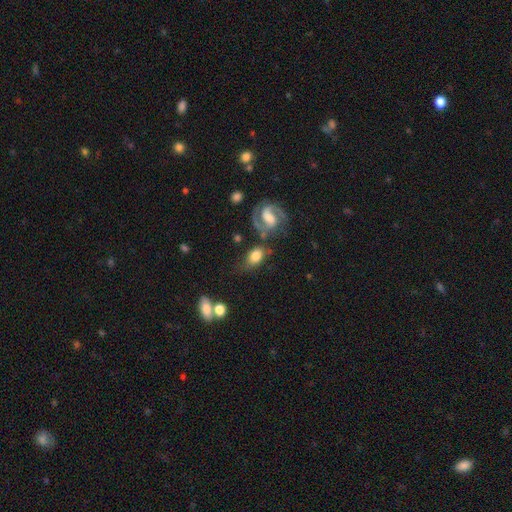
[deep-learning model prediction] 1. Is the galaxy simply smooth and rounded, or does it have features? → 63% smooth, 29% featured or disk, 9% star or artifact.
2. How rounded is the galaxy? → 76% in between, 21% round, 3% cigar-shaped.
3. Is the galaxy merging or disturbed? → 55% none, 21% minor disturbance, 13% merger, 11% major disturbance.